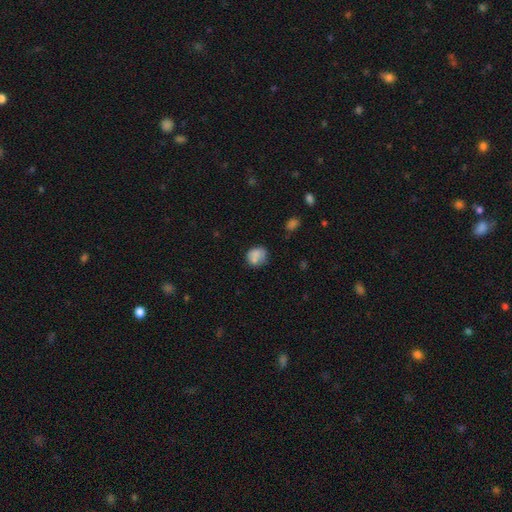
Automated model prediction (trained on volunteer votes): The model was most divided on "merging": none: 52%, minor disturbance: 23%, merger: 17%, major disturbance: 8%. More confident: smooth or featured — smooth (74%); how rounded — round (68%).